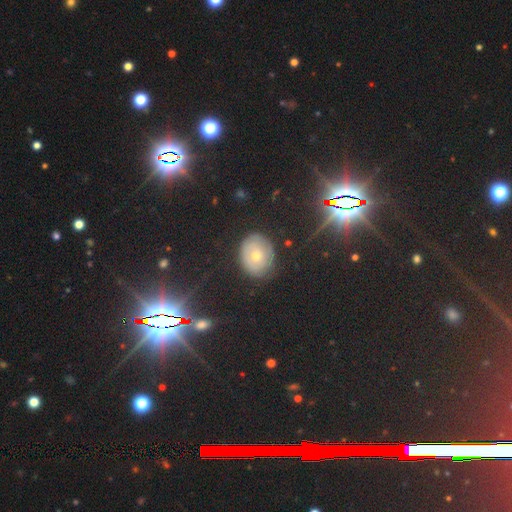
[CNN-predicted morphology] Smooth or featured? smooth (46%)
Merging? none (80%)